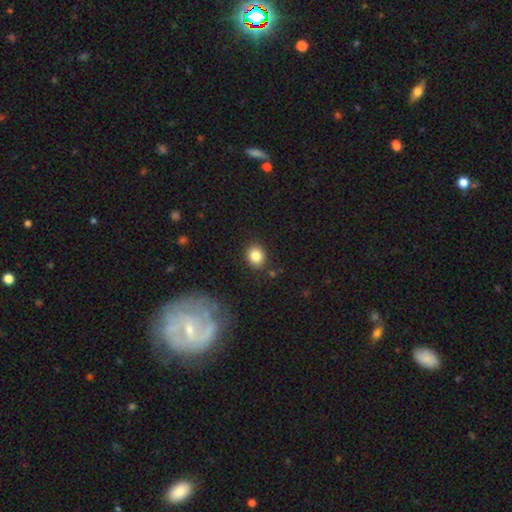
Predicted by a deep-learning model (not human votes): smooth_or_featured: smooth (p=0.84) [alt: star or artifact p=0.10]
how_rounded: round (p=0.60) [alt: in between p=0.39]
merging: none (p=0.86) [alt: minor disturbance p=0.09]